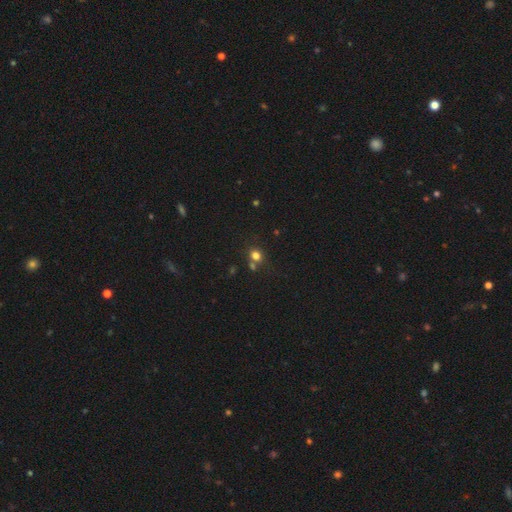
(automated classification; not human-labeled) smooth 76%, star or artifact 17%, featured or disk 7%. Down the decision tree: how rounded — round (76%); merging — none (63%).